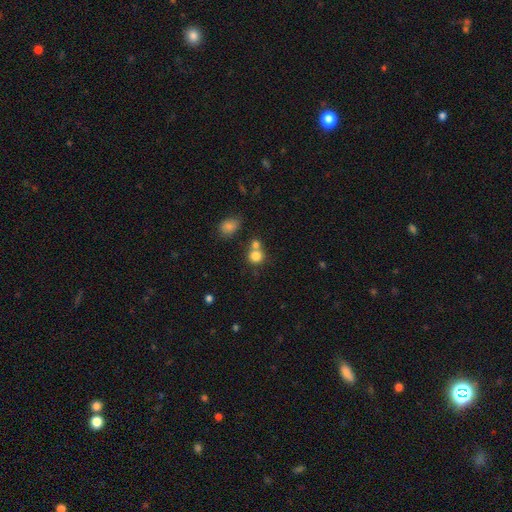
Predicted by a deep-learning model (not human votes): A smooth galaxy with no disk features (81%) that is round (87%).

Vote fractions:
- Smooth or featured? smooth: 81% / star or artifact: 12% / featured or disk: 8%
- How rounded? round: 87% / in between: 12% / cigar-shaped: 1%
- Merging? none: 52% / merger: 36% / minor disturbance: 8% / major disturbance: 4%